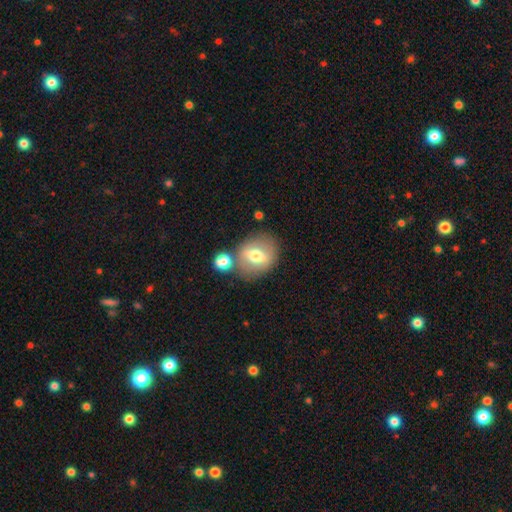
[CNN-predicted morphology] type=smooth (54%); roundness=round (59%); merging=none (68%).